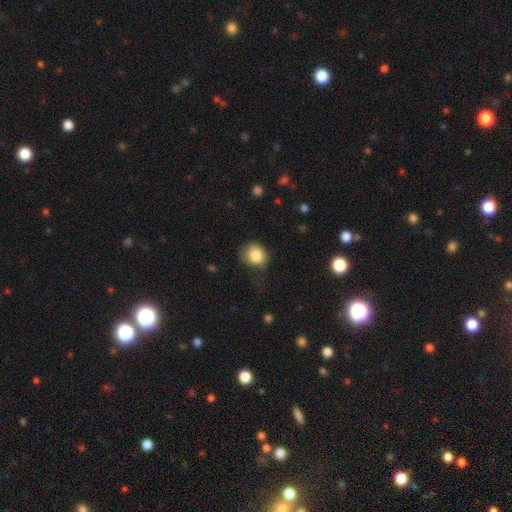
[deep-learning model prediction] Smooth or featured?
  - smooth: 84% *
  - star or artifact: 9%
  - featured or disk: 7%
How rounded?
  - round: 67% *
  - in between: 33%
  - cigar-shaped: 1%
Merging?
  - none: 60% *
  - minor disturbance: 28%
  - major disturbance: 10%
  - merger: 1%